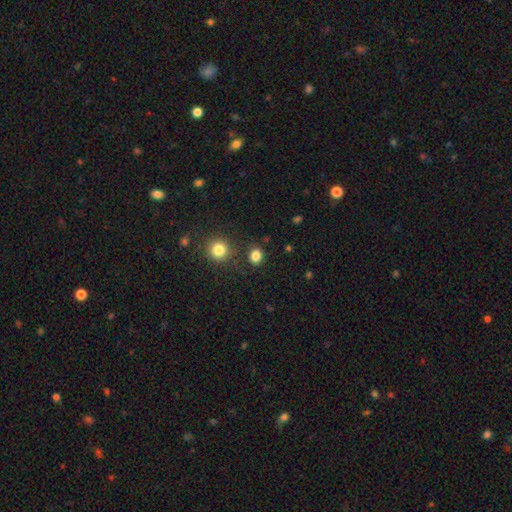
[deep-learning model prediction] smooth 83%, star or artifact 13%, featured or disk 4%. Down the decision tree: how rounded — round (68%); merging — none (83%).